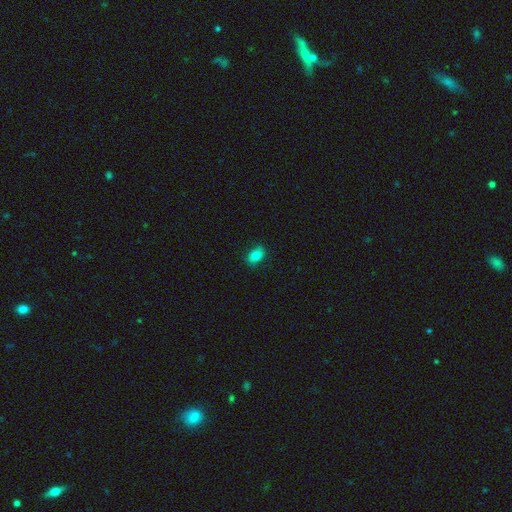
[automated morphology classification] smooth_or_featured: smooth (p=0.80) [alt: featured or disk p=0.10]
how_rounded: in between (p=0.82) [alt: round p=0.17]
merging: none (p=0.82) [alt: minor disturbance p=0.14]